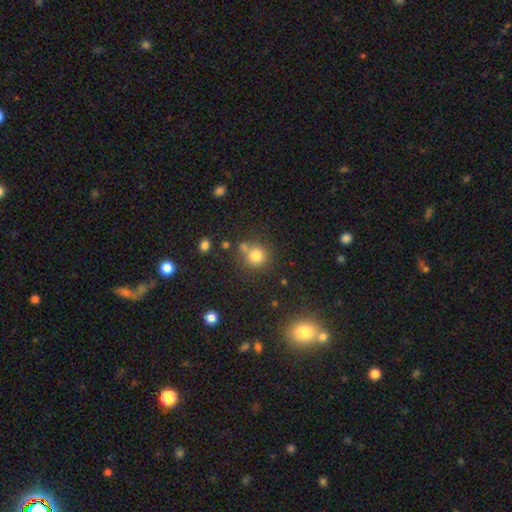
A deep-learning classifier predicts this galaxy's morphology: The model was most divided on "merging": none: 64%, merger: 20%, minor disturbance: 11%, major disturbance: 5%. More confident: how rounded — round (89%); smooth or featured — smooth (78%).